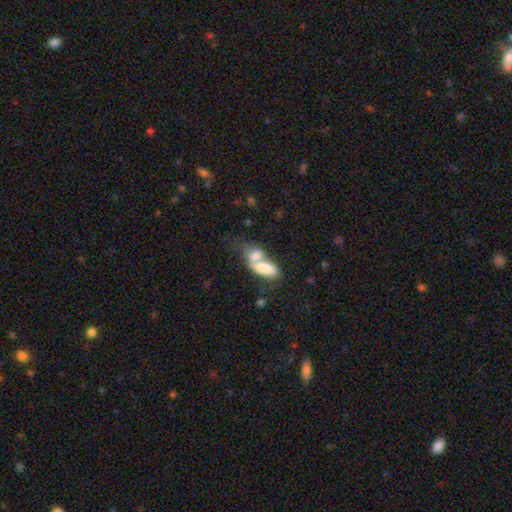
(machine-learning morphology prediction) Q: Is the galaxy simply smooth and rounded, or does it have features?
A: smooth — 71%.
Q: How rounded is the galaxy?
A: in between — 86%.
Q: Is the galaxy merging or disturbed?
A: merger — 76%.